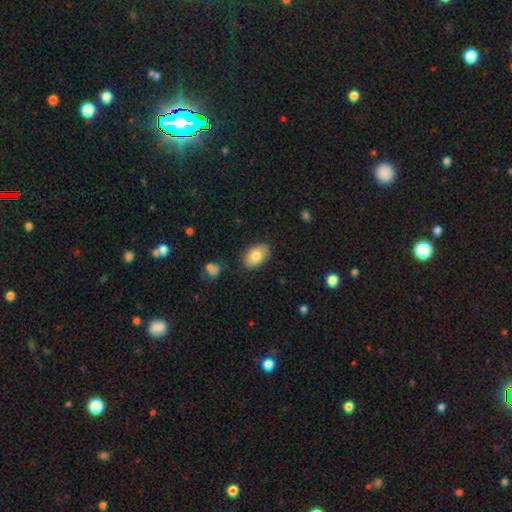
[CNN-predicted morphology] smooth-or-featured: smooth: 81% | featured or disk: 12% | star or artifact: 7%
  how-rounded: in between: 90% | round: 9% | cigar-shaped: 1%
  merging: none: 83% | minor disturbance: 13% | major disturbance: 3% | merger: 2%